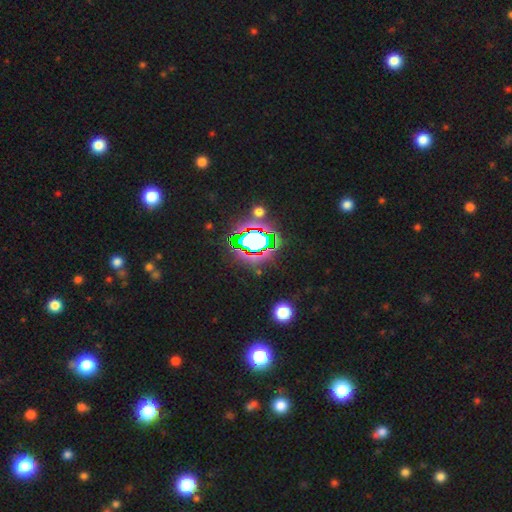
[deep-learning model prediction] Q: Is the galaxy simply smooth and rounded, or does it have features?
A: star or artifact — 81%.